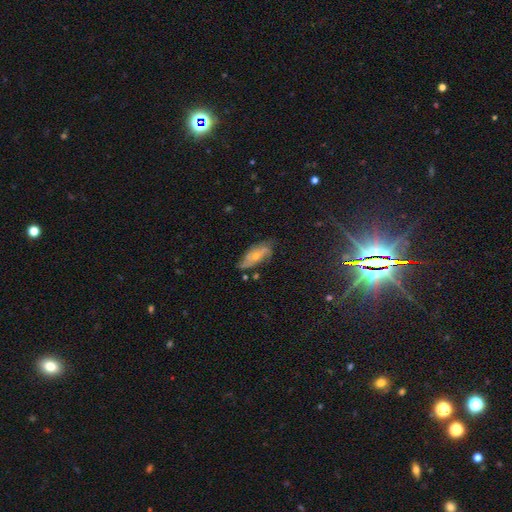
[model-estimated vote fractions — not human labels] Smooth or featured? featured or disk (56%)
Edge-on disk? no (84%)
Merging? none (60%)